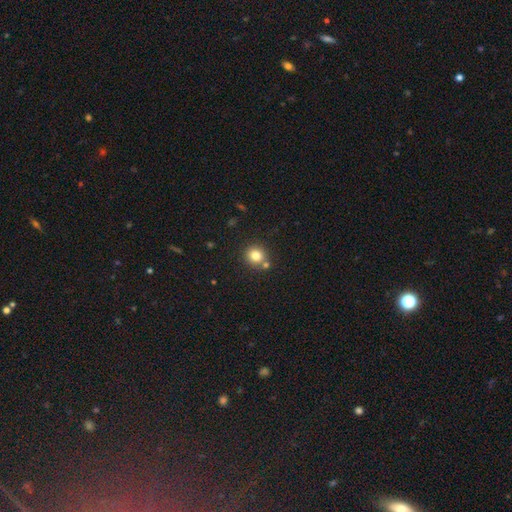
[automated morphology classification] Overall: smooth (81%). How rounded: round (90%). Merging: none (76%).